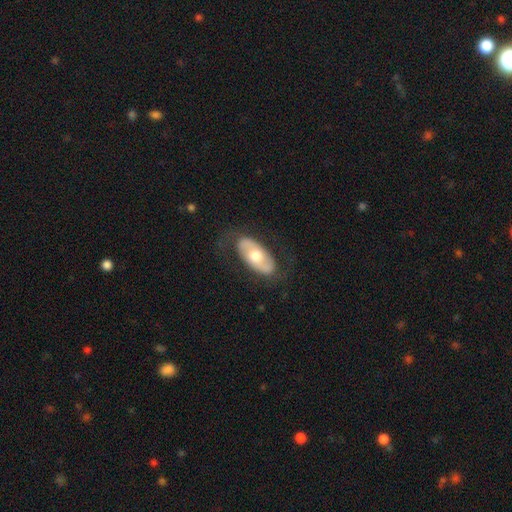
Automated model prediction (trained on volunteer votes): Smooth or featured? featured or disk (55%)
Edge-on disk? no (88%)
Merging? none (75%)